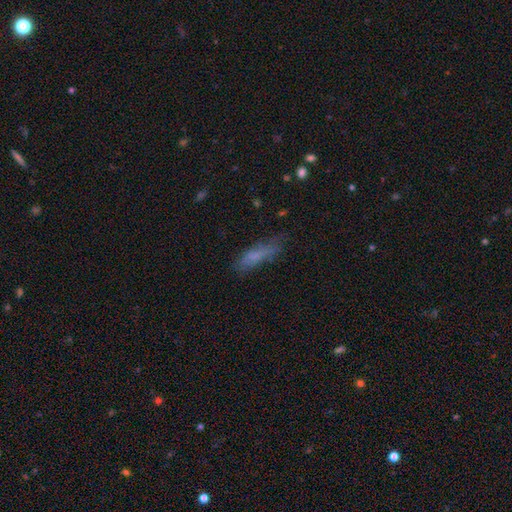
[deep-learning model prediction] This is likely a smooth galaxy (70%). How rounded: likely cigar-shaped (64%). Merging: possibly none (58%).